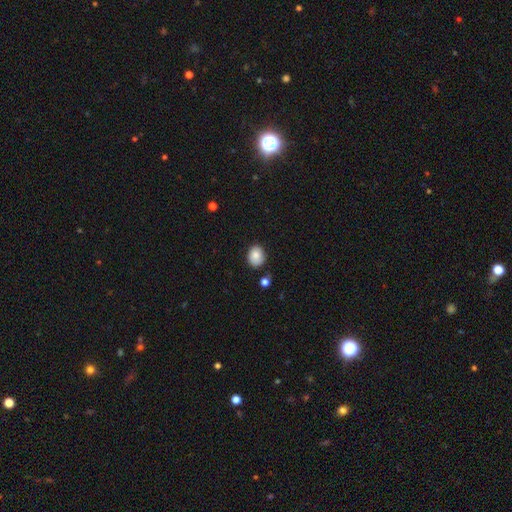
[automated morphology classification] smooth-or-featured: smooth: 84% | star or artifact: 8% | featured or disk: 8%
  how-rounded: round: 50% | in between: 49% | cigar-shaped: 1%
  merging: none: 78% | minor disturbance: 16% | merger: 3% | major disturbance: 3%